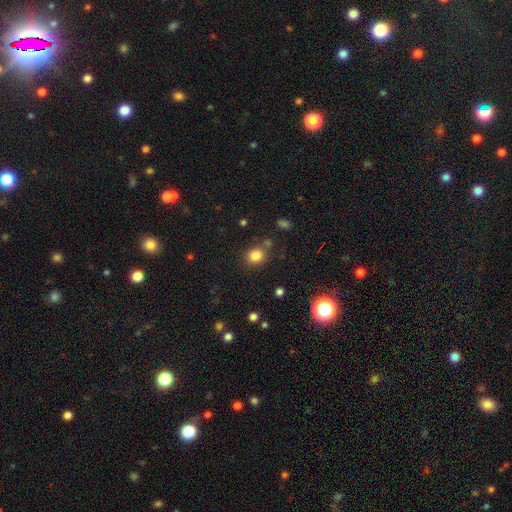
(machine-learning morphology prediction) Smooth or featured?
  - smooth: 81% *
  - star or artifact: 13%
  - featured or disk: 6%
How rounded?
  - round: 72% *
  - in between: 27%
  - cigar-shaped: 1%
Merging?
  - none: 78% *
  - minor disturbance: 11%
  - merger: 7%
  - major disturbance: 4%